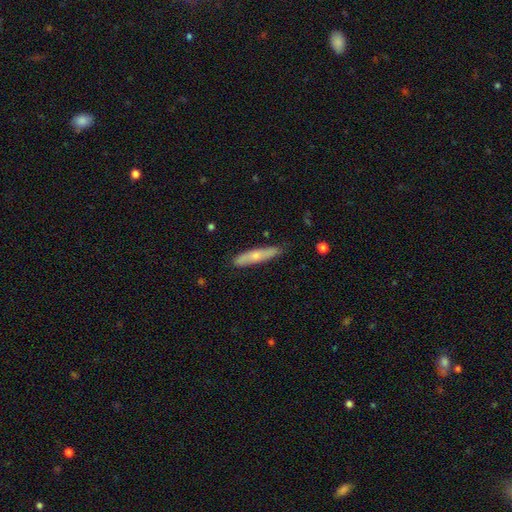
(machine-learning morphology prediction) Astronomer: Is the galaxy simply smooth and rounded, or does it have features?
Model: smooth — 58% (runner-up: featured or disk, 37%).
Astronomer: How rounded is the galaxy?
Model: cigar-shaped — 88%.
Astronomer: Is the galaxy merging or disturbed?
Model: none — 83%.